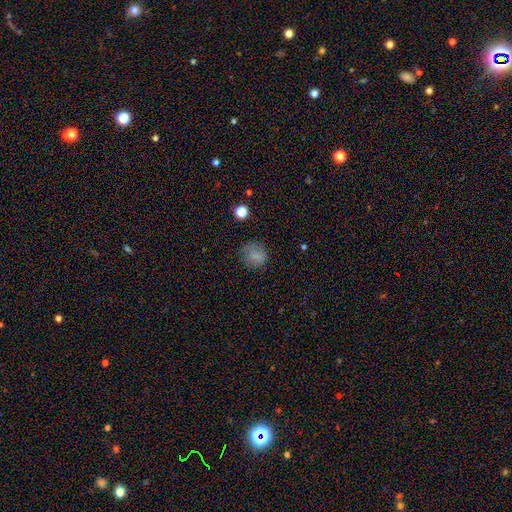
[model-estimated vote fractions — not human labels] This appears to be a smooth galaxy with no disk features (78%) that is round (82%). Merging: none (74%).